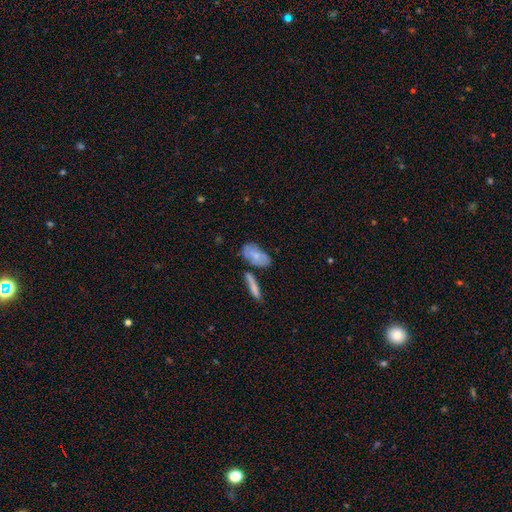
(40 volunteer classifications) Volunteers were most divided on "smooth or featured": smooth: 50%, featured or disk: 45%, star or artifact: 5%. Remaining: how rounded — in between (80%); merging — none (47%).